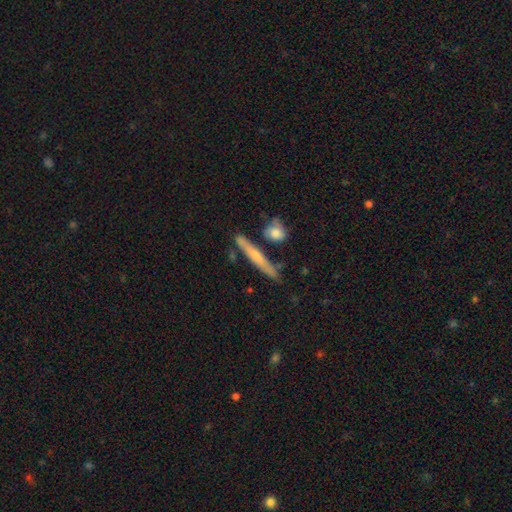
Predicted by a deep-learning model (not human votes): smooth 49%, featured or disk 45%, star or artifact 6%. Down the decision tree: merging — none (78%).